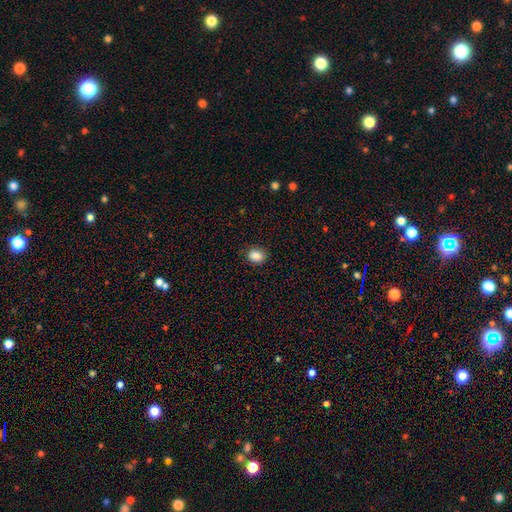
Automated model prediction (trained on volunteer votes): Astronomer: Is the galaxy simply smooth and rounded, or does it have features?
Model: smooth — 87%.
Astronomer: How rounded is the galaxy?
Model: in between — 57% (runner-up: round, 42%).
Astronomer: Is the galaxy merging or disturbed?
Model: none — 84%.